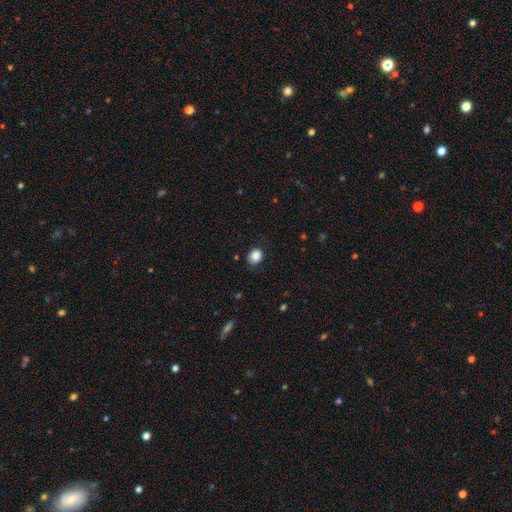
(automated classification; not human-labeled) This appears to be a smooth galaxy with no disk features (86%) that is round (57%). Merging: none (79%).